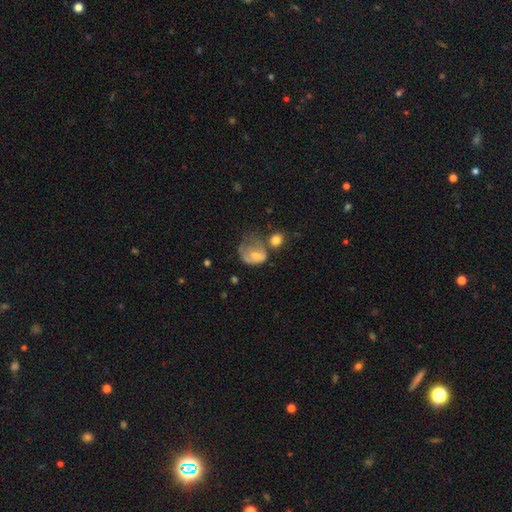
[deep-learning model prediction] This is possibly a smooth galaxy (55%). How rounded: possibly in between (51%). Merging: marginally major disturbance (40%).